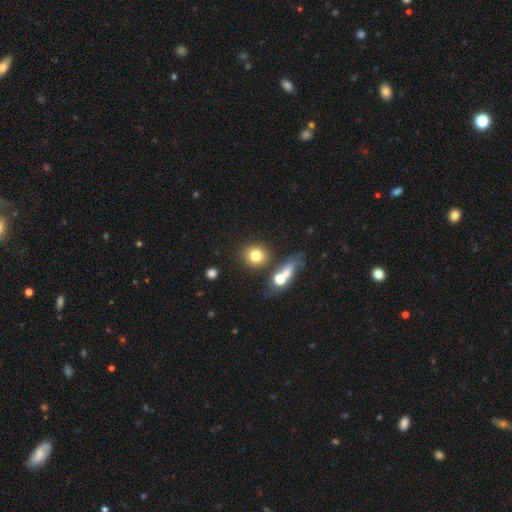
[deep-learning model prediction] This appears to be a smooth galaxy with no disk features (77%) that is round (83%). Merging: none (73%).